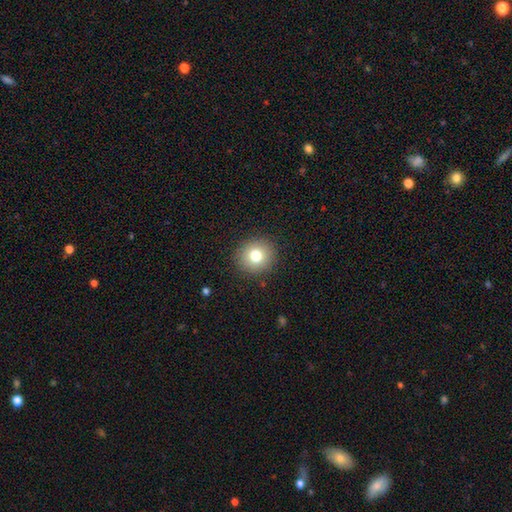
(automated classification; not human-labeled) Smooth or featured? Predicted: smooth (p=0.78). How rounded? Predicted: round (p=0.91). Merging? Predicted: none (p=0.90).